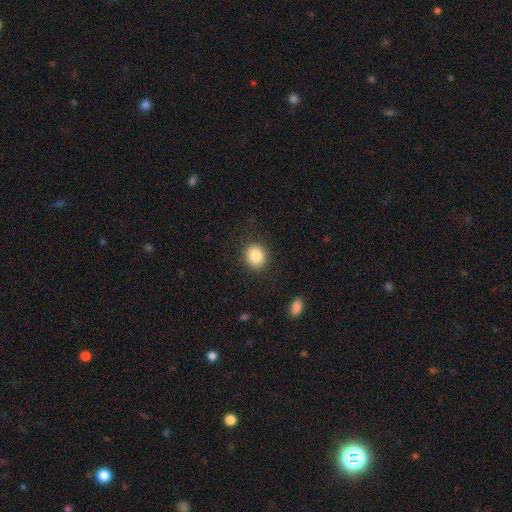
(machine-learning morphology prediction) This appears to be a smooth galaxy with no disk features (87%) that is round (80%). Merging: none (87%).